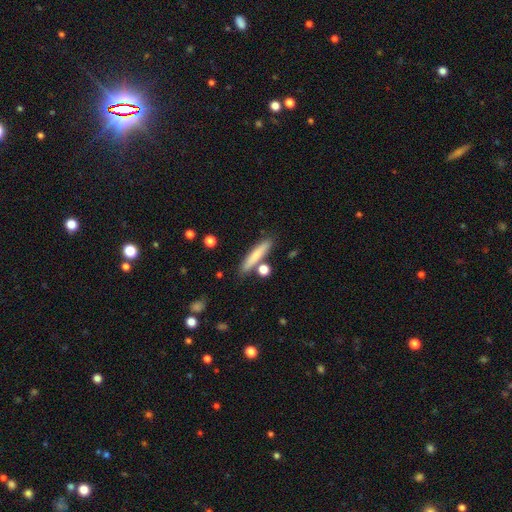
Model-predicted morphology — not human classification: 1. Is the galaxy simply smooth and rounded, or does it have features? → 72% smooth, 22% featured or disk, 7% star or artifact.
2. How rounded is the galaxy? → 88% cigar-shaped, 10% in between, 2% round.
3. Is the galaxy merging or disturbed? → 79% none, 10% minor disturbance, 8% merger, 3% major disturbance.